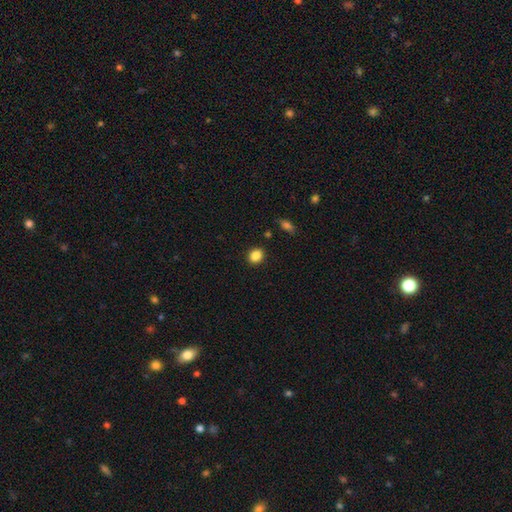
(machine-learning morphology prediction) smooth-or-featured: smooth: 86% | star or artifact: 10% | featured or disk: 4%
  how-rounded: round: 60% | in between: 39% | cigar-shaped: 1%
  merging: none: 89% | minor disturbance: 7% | major disturbance: 2% | merger: 2%